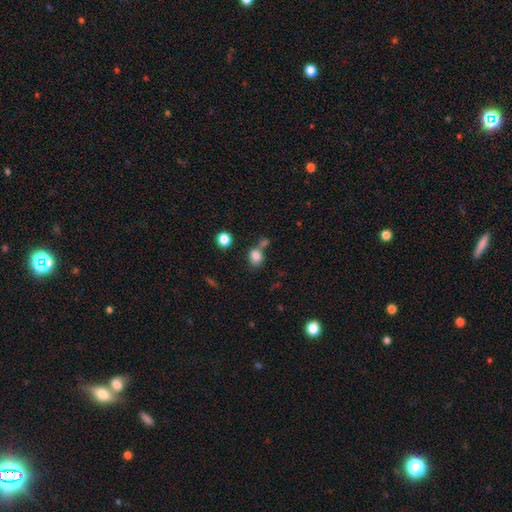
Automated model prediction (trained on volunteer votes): Smooth or featured? Predicted: smooth (p=0.81). How rounded? Predicted: round (p=0.51). Merging? Predicted: none (p=0.53).